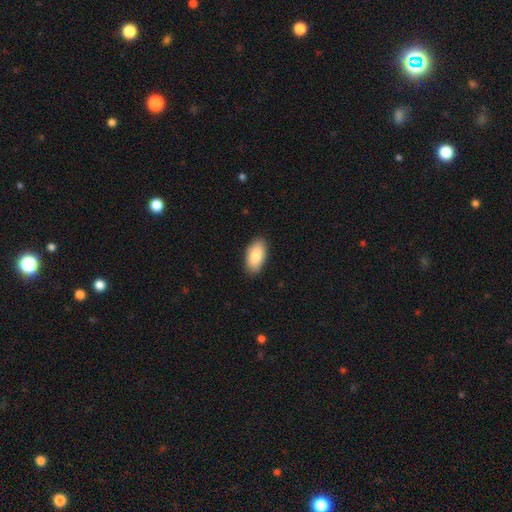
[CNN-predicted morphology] The model was most divided on "smooth or featured": smooth: 86%, featured or disk: 8%, star or artifact: 6%. More confident: how rounded — in between (94%); merging — none (88%).